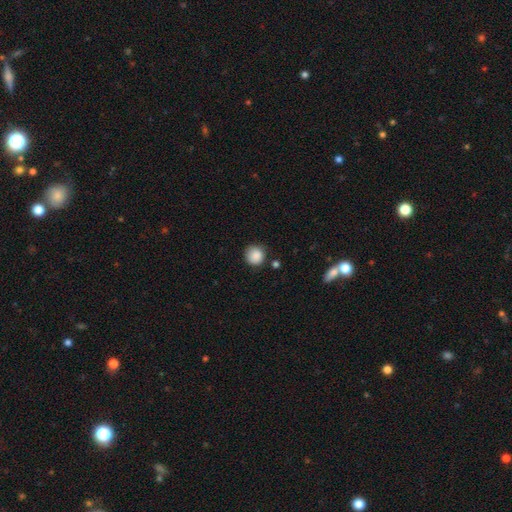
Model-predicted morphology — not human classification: Smooth or featured: smooth — 88% (star or artifact — 9%)
How rounded: round — 92% (in between — 7%)
Merging: none — 80% (minor disturbance — 14%)